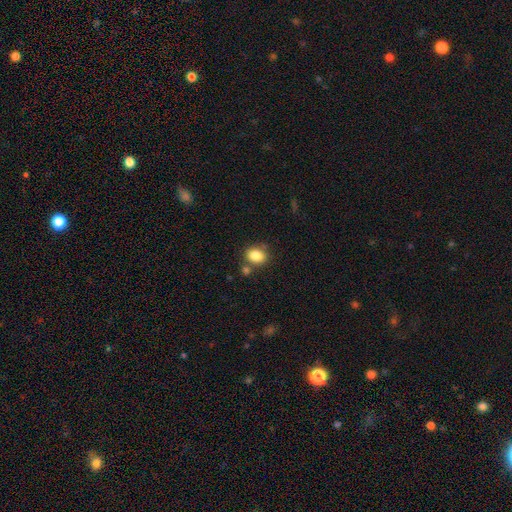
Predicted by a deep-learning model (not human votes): This appears to be a smooth galaxy with no disk features (85%) that is in between round and cigar-shaped (56%). Merging: none (69%).